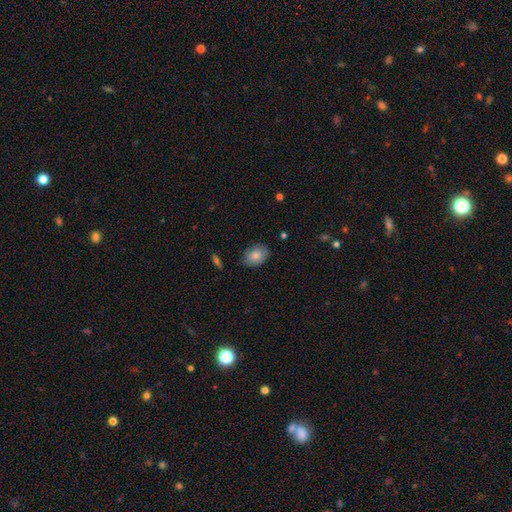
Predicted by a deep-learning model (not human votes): A smooth galaxy with no disk features (80%) that is in between round and cigar-shaped (74%). Merging: none (79%).